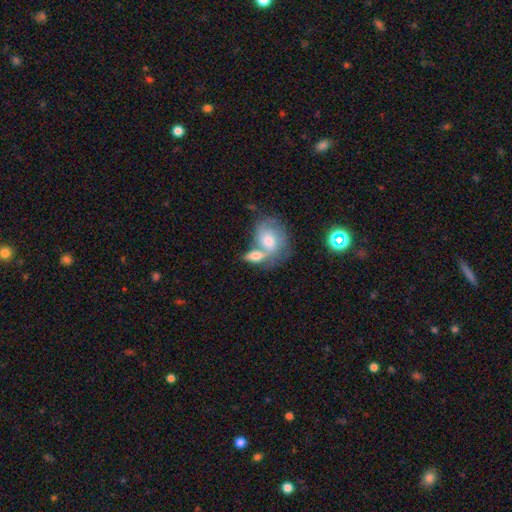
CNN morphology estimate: A smooth galaxy with no disk features (57%) that is in between round and cigar-shaped (77%). Merging: merger (57%).